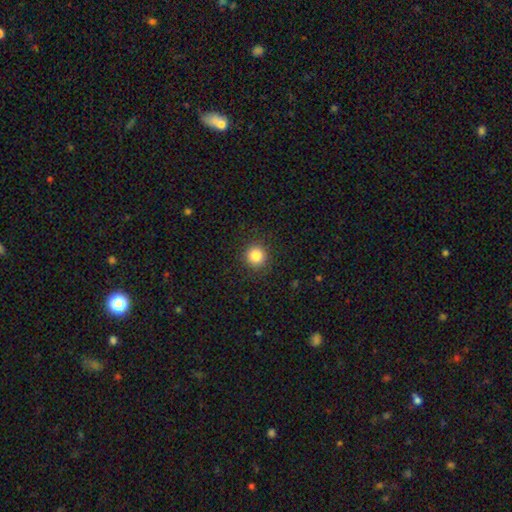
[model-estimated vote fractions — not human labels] Q: Smooth or featured?
A: smooth (84%); runner-up: star or artifact (11%)
Q: How rounded?
A: round (94%); runner-up: in between (5%)
Q: Merging?
A: none (91%); runner-up: minor disturbance (6%)